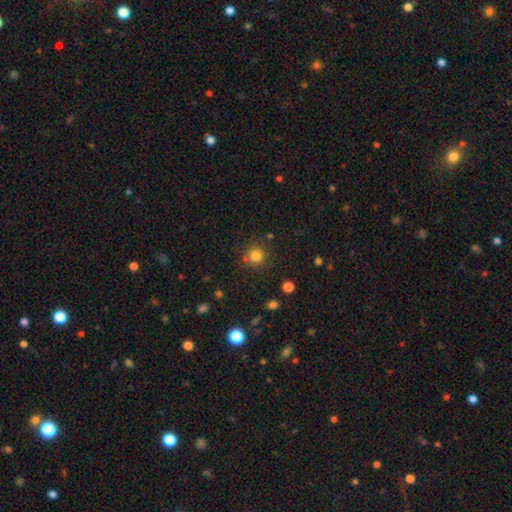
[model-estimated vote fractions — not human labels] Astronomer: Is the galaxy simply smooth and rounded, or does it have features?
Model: smooth — 80%.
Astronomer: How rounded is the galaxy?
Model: round — 93%.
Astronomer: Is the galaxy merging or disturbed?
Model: none — 81%.